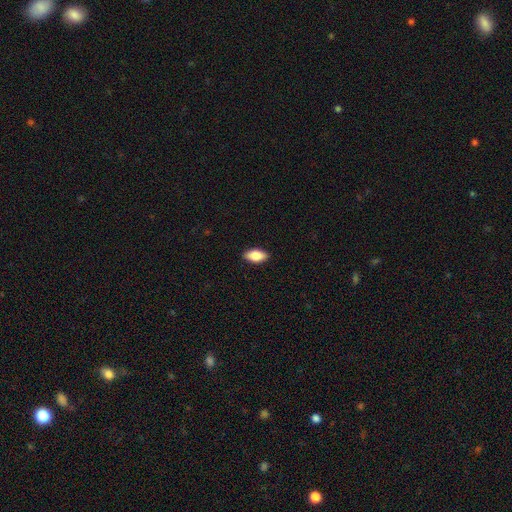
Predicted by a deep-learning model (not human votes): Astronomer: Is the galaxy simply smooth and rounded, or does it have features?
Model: smooth — 83%.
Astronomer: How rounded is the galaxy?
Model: in between — 91%.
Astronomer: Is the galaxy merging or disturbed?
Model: none — 90%.